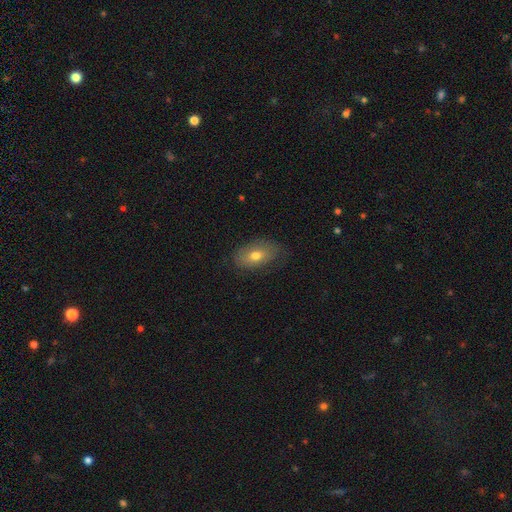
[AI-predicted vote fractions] smooth_or_featured: smooth (p=0.68) [alt: featured or disk p=0.24]
how_rounded: in between (p=0.90) [alt: round p=0.08]
merging: none (p=0.72) [alt: minor disturbance p=0.21]